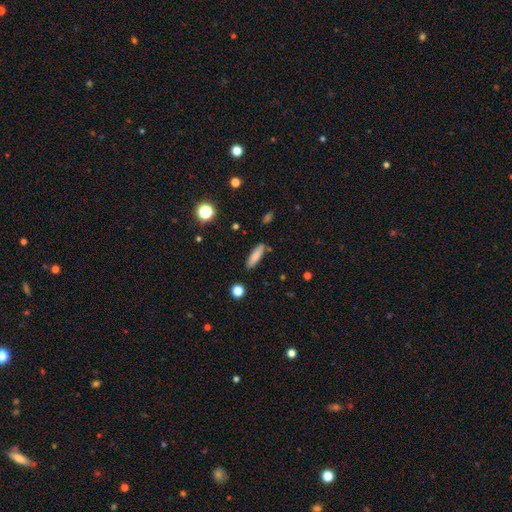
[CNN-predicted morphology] Q: Smooth or featured?
A: smooth (83%); runner-up: featured or disk (9%)
Q: How rounded?
A: cigar-shaped (63%); runner-up: in between (35%)
Q: Merging?
A: none (85%); runner-up: minor disturbance (10%)